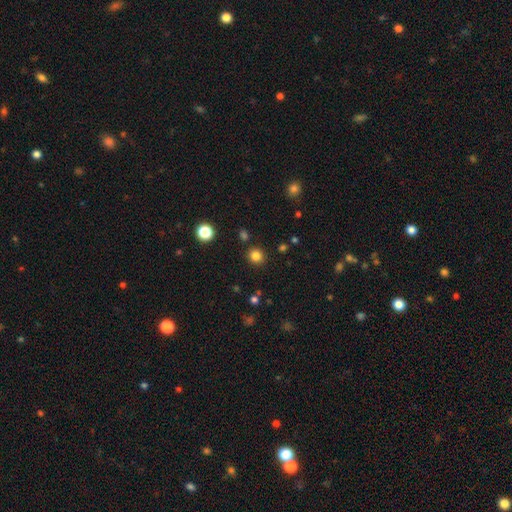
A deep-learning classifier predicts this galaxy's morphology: smooth-or-featured: smooth: 82% | star or artifact: 14% | featured or disk: 4%
  how-rounded: round: 89% | in between: 10% | cigar-shaped: 1%
  merging: none: 89% | minor disturbance: 6% | merger: 3% | major disturbance: 2%